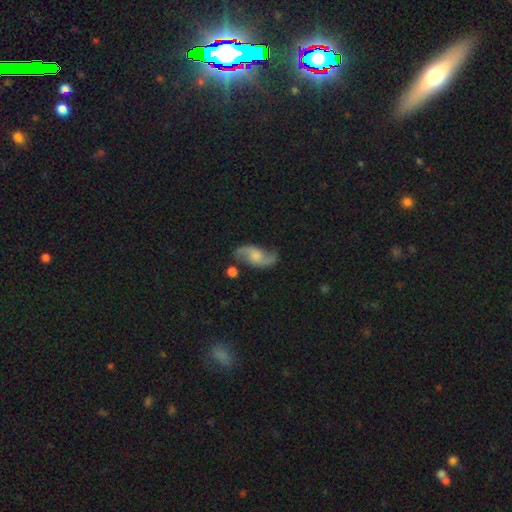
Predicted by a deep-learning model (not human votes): A featured or disk galaxy (79%) with no bar (60%), 2 (92%) loose (66%) spiral arms (95%) and a moderate central bulge (35%).

Vote fractions:
- Smooth or featured? featured or disk: 79% / smooth: 14% / star or artifact: 6%
- Edge-on disk? no: 96% / yes: 4%
- Bar? no: 60% / weak: 34% / strong: 7%
- Spiral arms? yes: 95% / no: 5%
- Spiral winding? loose: 66% / medium: 27% / tight: 6%
- Spiral arm count? 2: 92% / can't tell: 2% / 1: 2% / 3: 1% / 4: 1% / more than 4: 1%
- Bulge size? moderate: 35% / small: 26% / none: 20% / large: 16% / dominant: 2%
- Merging? none: 73% / minor disturbance: 16% / major disturbance: 6% / merger: 5%